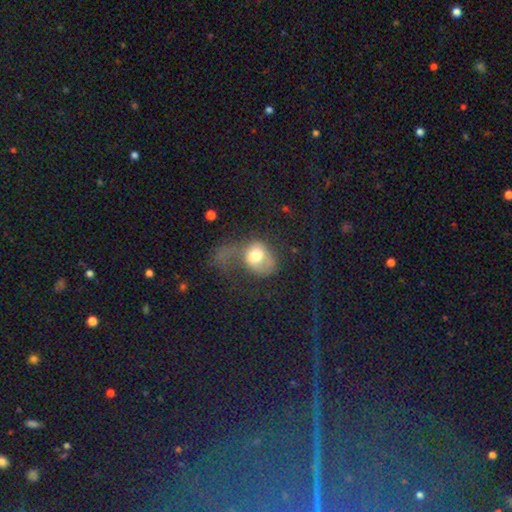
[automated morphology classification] This is likely a smooth galaxy (64%). How rounded: possibly round (54%). Merging: likely major disturbance (63%).